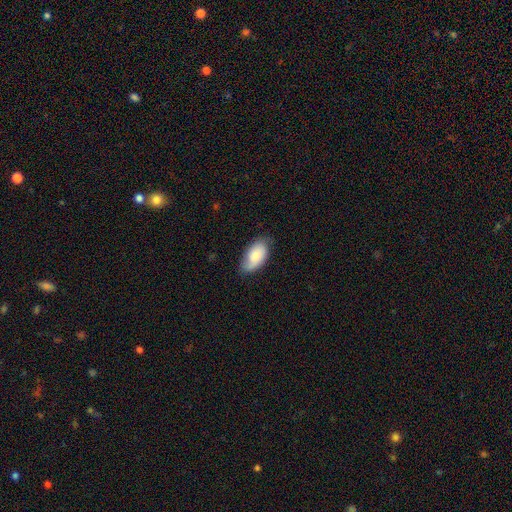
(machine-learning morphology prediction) smooth-or-featured: smooth: 74% | featured or disk: 20% | star or artifact: 6%
  how-rounded: in between: 95% | round: 3% | cigar-shaped: 2%
  merging: none: 70% | minor disturbance: 24% | major disturbance: 5% | merger: 1%